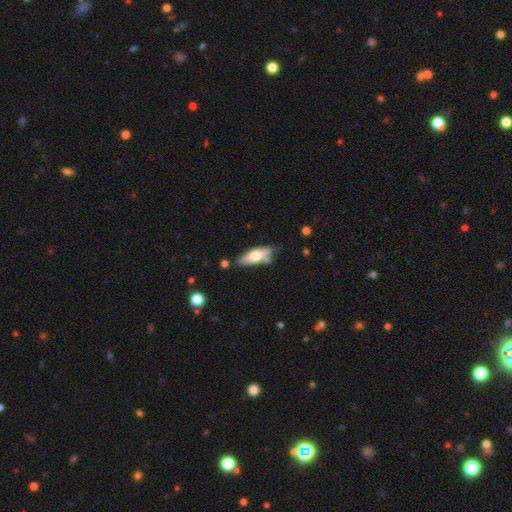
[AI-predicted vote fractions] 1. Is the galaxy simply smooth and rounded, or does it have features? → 66% smooth, 29% featured or disk, 6% star or artifact.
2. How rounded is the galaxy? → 62% in between, 36% cigar-shaped, 2% round.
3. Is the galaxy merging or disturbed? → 65% none, 21% minor disturbance, 9% merger, 5% major disturbance.